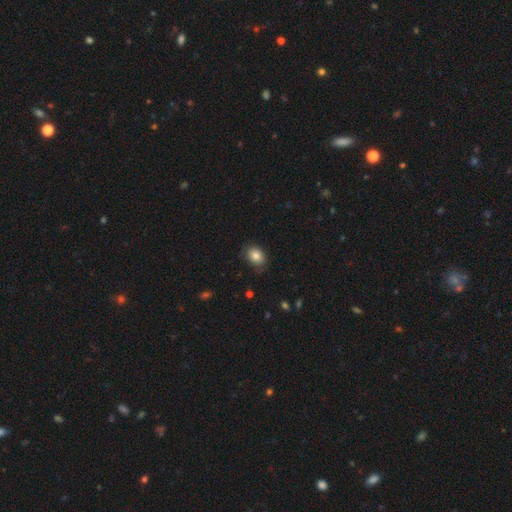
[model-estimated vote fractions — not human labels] A smooth galaxy with no disk features (82%) that is in between round and cigar-shaped (56%).

Vote fractions:
- Smooth or featured? smooth: 82% / star or artifact: 9% / featured or disk: 9%
- How rounded? in between: 56% / round: 43% / cigar-shaped: 1%
- Merging? none: 78% / minor disturbance: 17% / major disturbance: 4% / merger: 1%